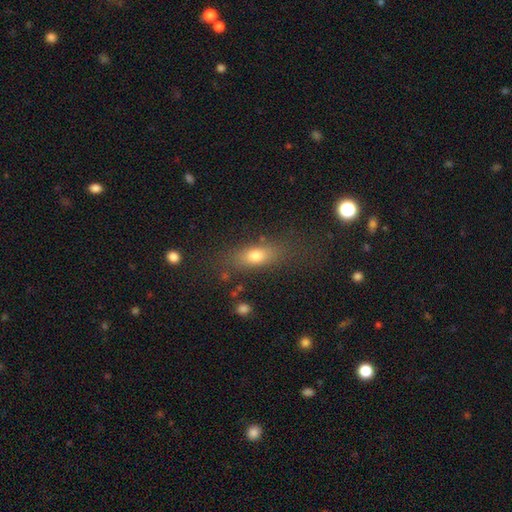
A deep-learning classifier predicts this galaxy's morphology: type=smooth (70%); roundness=in between (59%); merging=none (71%).